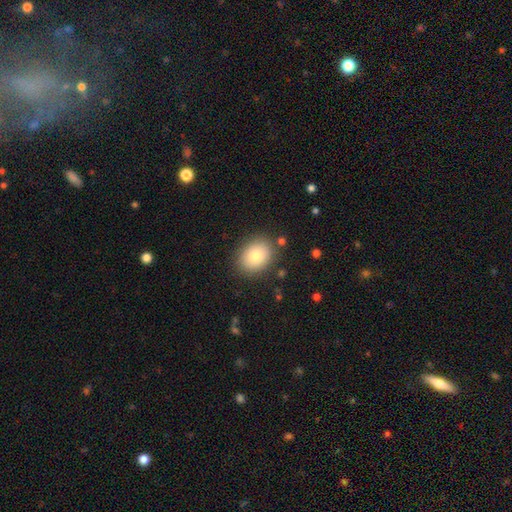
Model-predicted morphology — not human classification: The model was most divided on "how rounded": in between: 58%, round: 42%, cigar-shaped: 1%. More confident: merging — none (86%); smooth or featured — smooth (80%).